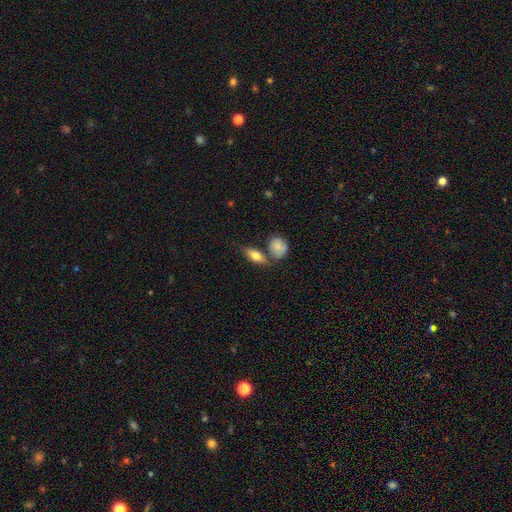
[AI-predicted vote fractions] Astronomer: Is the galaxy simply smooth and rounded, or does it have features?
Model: smooth — 67%.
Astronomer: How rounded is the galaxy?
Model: in between — 67%.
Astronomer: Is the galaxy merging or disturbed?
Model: none — 65%.